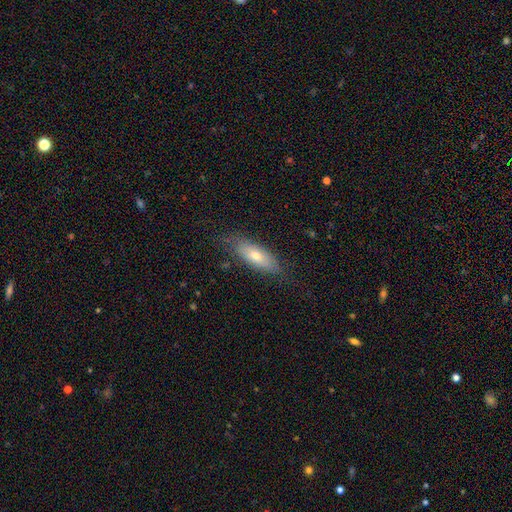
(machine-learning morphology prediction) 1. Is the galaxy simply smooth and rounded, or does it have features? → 62% smooth, 30% featured or disk, 7% star or artifact.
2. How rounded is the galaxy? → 64% in between, 33% cigar-shaped, 3% round.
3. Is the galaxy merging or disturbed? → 78% none, 16% minor disturbance, 5% major disturbance, 1% merger.